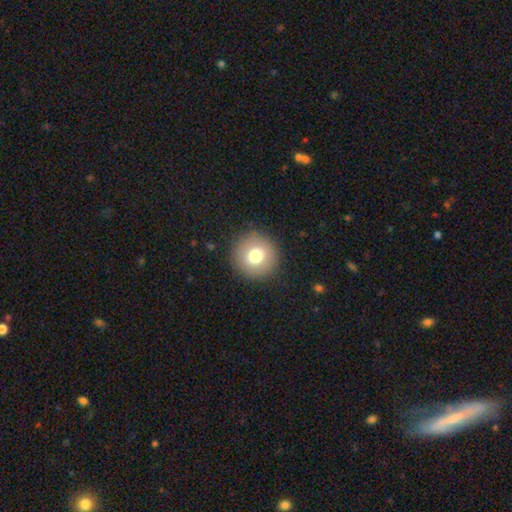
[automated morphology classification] smooth 75%, featured or disk 14%, star or artifact 11%. Down the decision tree: how rounded — round (95%); merging — none (91%).